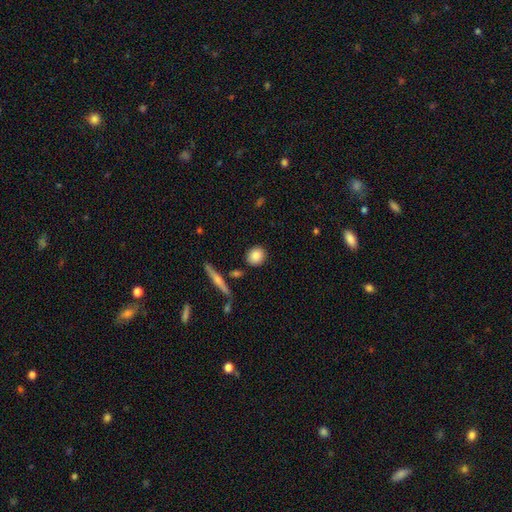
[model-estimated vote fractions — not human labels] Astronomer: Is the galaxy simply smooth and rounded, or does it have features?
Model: smooth — 85%.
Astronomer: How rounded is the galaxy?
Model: round — 77%.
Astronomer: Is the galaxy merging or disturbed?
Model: none — 86%.